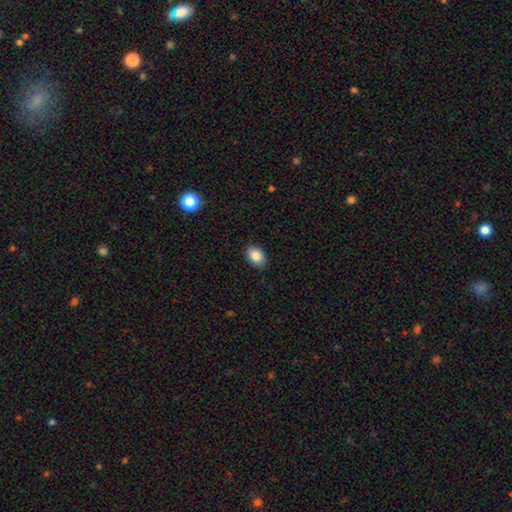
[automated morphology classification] A smooth galaxy with no disk features (86%) that is in between round and cigar-shaped (77%).

Vote fractions:
- Smooth or featured? smooth: 86% / star or artifact: 8% / featured or disk: 6%
- How rounded? in between: 77% / round: 22% / cigar-shaped: 1%
- Merging? none: 87% / minor disturbance: 10% / major disturbance: 2% / merger: 1%